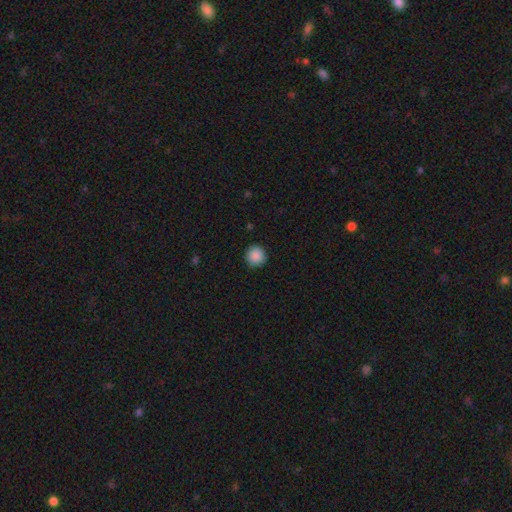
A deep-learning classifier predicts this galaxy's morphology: Smooth or featured? Predicted: smooth (p=0.88). How rounded? Predicted: round (p=0.94). Merging? Predicted: none (p=0.91).